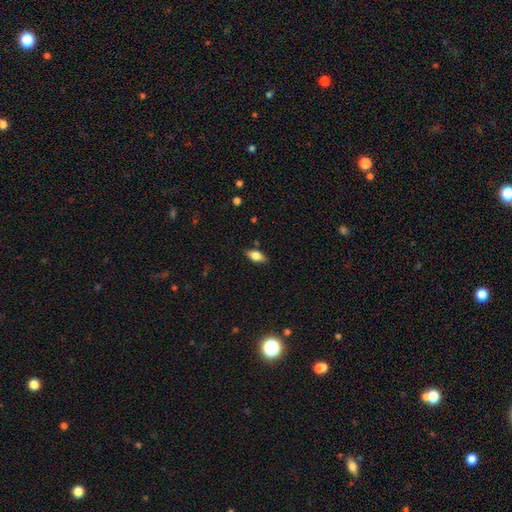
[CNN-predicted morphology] Smooth or featured? smooth (73%)
How rounded? in between (86%)
Merging? none (85%)